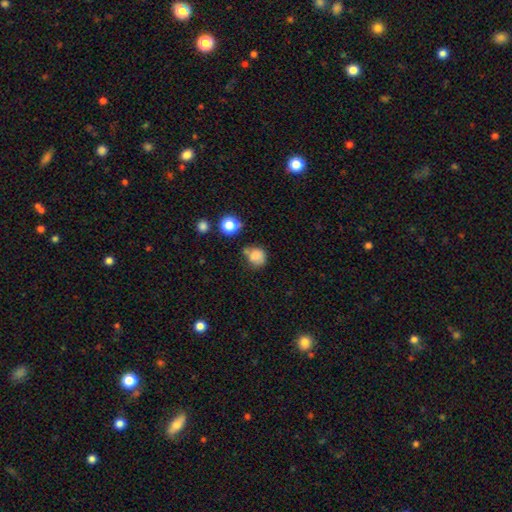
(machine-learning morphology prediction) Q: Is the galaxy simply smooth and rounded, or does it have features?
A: smooth — 79%.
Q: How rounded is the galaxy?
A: round — 73%.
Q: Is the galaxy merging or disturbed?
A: none — 53%.